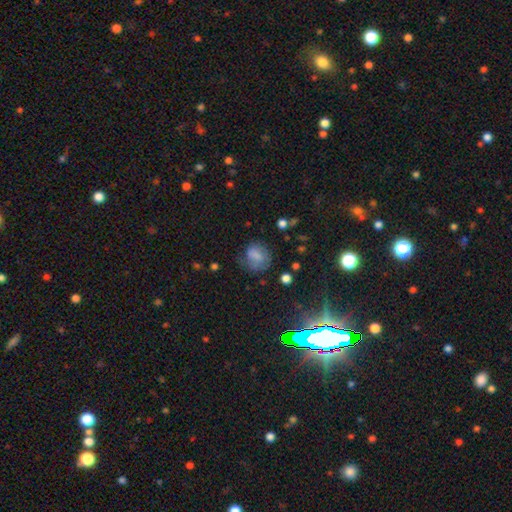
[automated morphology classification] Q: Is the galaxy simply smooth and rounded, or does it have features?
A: smooth — 71%.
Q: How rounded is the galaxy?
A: round — 60%.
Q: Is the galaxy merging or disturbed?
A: none — 51%.